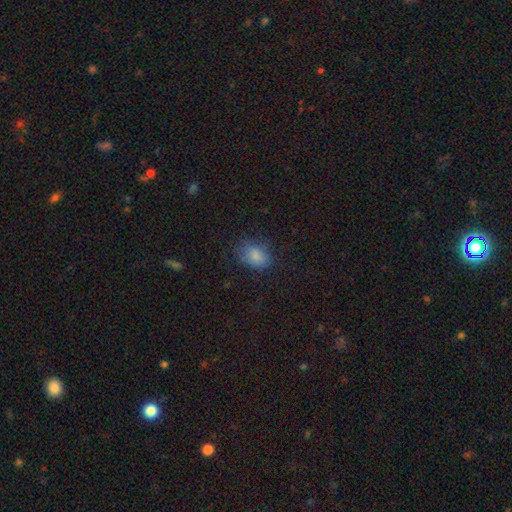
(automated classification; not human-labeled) Q: Smooth or featured?
A: smooth (81%); runner-up: star or artifact (10%)
Q: How rounded?
A: in between (81%); runner-up: round (17%)
Q: Merging?
A: none (67%); runner-up: minor disturbance (22%)